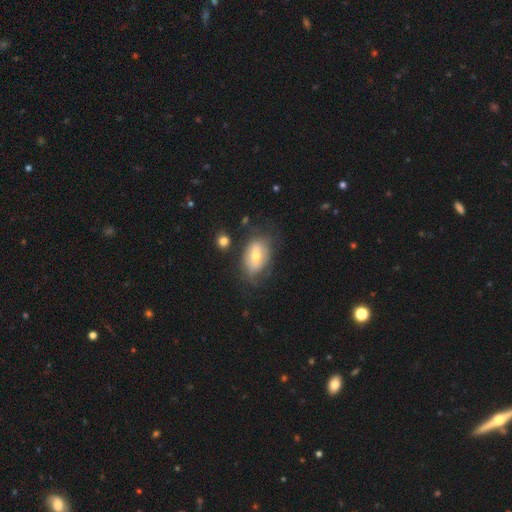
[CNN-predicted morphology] Q: Smooth or featured?
A: smooth (51%); runner-up: featured or disk (41%)
Q: How rounded?
A: in between (87%); runner-up: round (11%)
Q: Merging?
A: none (60%); runner-up: minor disturbance (25%)